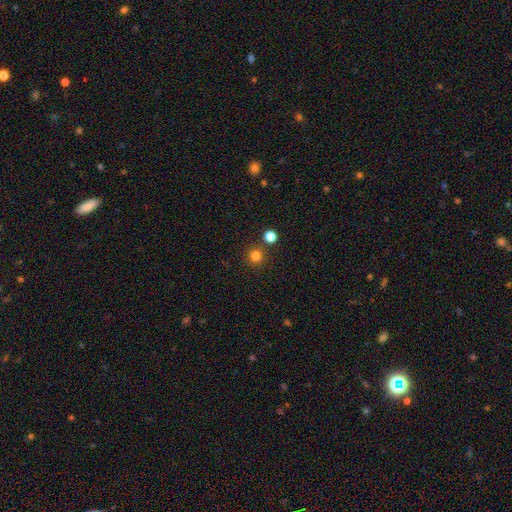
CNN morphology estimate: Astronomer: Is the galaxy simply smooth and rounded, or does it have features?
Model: smooth — 80%.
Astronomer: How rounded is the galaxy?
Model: round — 95%.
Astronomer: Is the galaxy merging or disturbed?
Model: none — 85%.